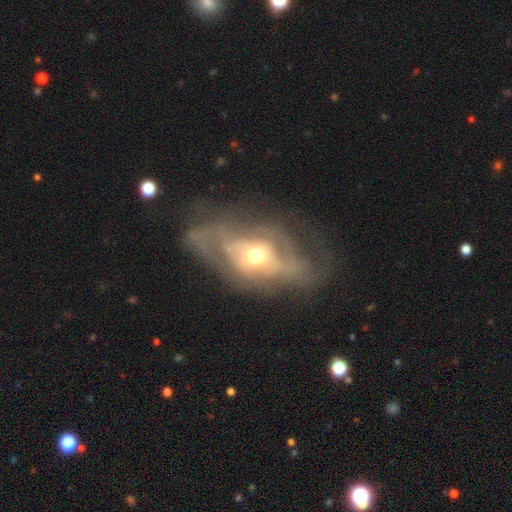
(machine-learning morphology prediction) Smooth or featured? Predicted: featured or disk (p=0.69). Edge-on disk? Predicted: no (p=0.93). Bar? Predicted: no (p=0.71). Spiral arms? Predicted: yes (p=0.52). Bulge size? Predicted: moderate (p=0.67). Merging? Predicted: major disturbance (p=0.46).